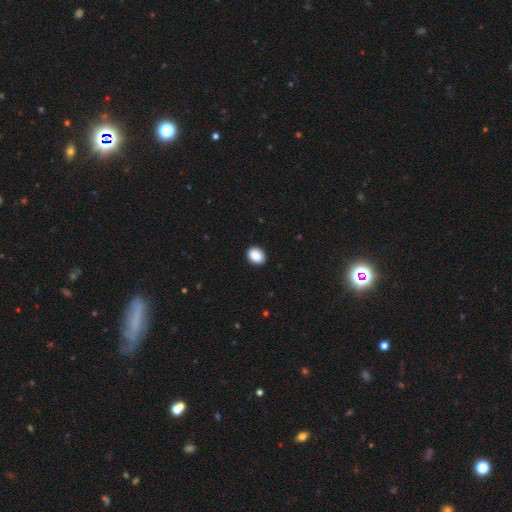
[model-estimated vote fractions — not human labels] smooth 90%, star or artifact 7%, featured or disk 3%. Down the decision tree: how rounded — in between (69%); merging — none (90%).